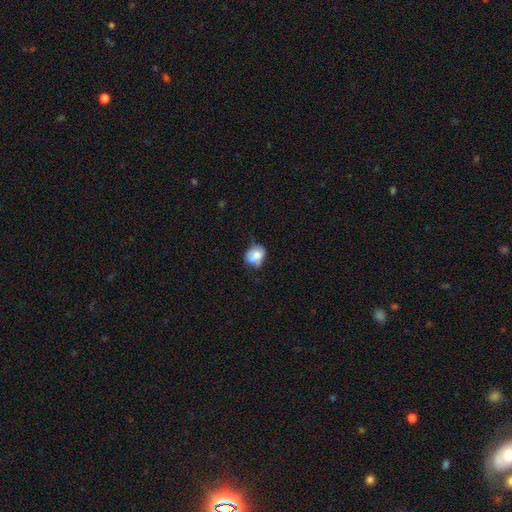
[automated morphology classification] type=smooth (72%); roundness=round (53%); merging=none (46%).